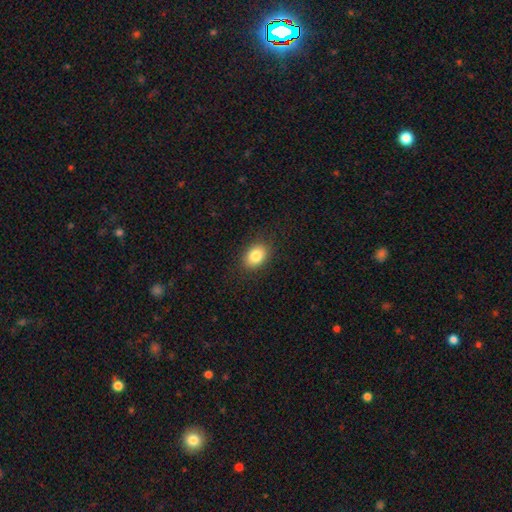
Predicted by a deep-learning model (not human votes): Smooth or featured? smooth (84%)
How rounded? in between (71%)
Merging? none (87%)